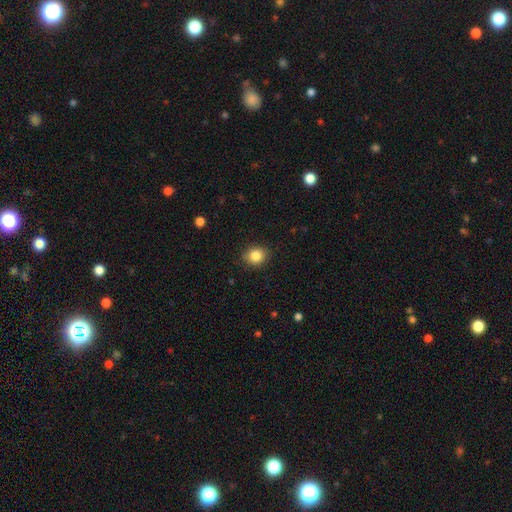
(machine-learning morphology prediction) smooth_or_featured: smooth (p=0.85) [alt: star or artifact p=0.10]
how_rounded: round (p=0.66) [alt: in between p=0.33]
merging: none (p=0.88) [alt: minor disturbance p=0.09]